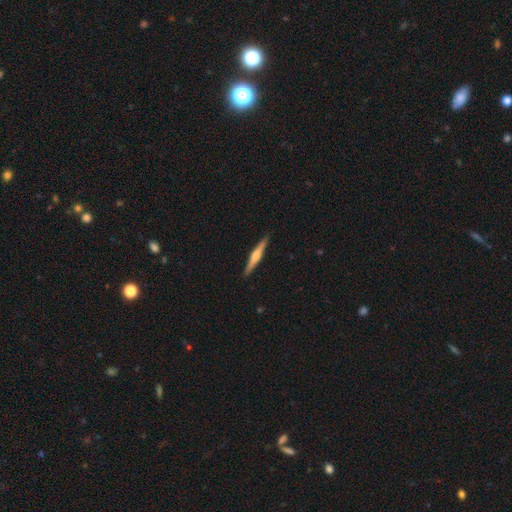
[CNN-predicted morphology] This appears to be a featured or disk galaxy (64%) viewed edge-on (98%) with a rounded central bulge (85%). Merging: none (91%).